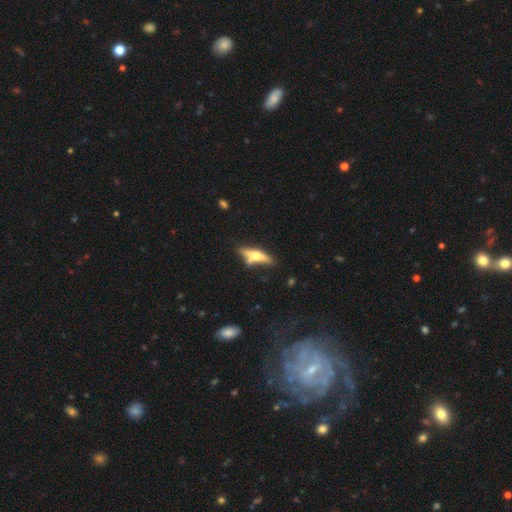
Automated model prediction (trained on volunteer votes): The model was most divided on "smooth or featured": featured or disk: 55%, smooth: 38%, star or artifact: 7%. More confident: edge-on disk — yes (91%); merging — none (64%).